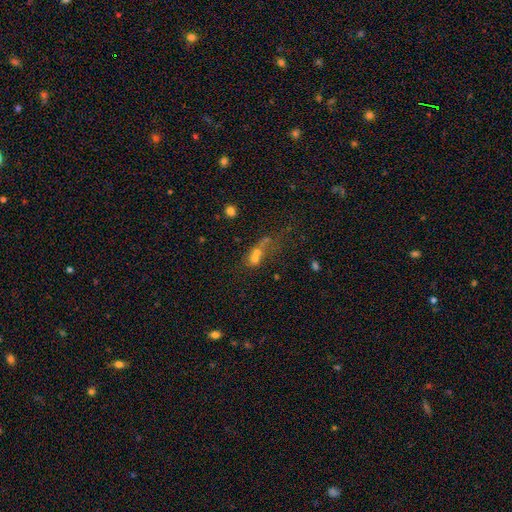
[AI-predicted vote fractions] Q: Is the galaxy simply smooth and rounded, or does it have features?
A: smooth — 58%.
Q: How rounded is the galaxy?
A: round — 59%.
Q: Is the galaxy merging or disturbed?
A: merger — 62%.